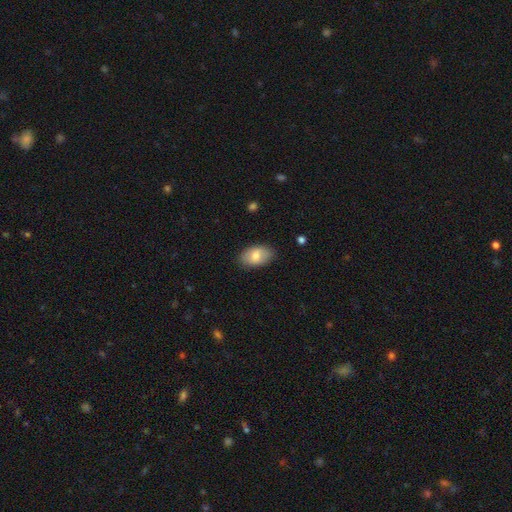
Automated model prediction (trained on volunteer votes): Smooth or featured: smooth — 76% (featured or disk — 17%)
How rounded: in between — 92% (round — 7%)
Merging: none — 84% (minor disturbance — 13%)